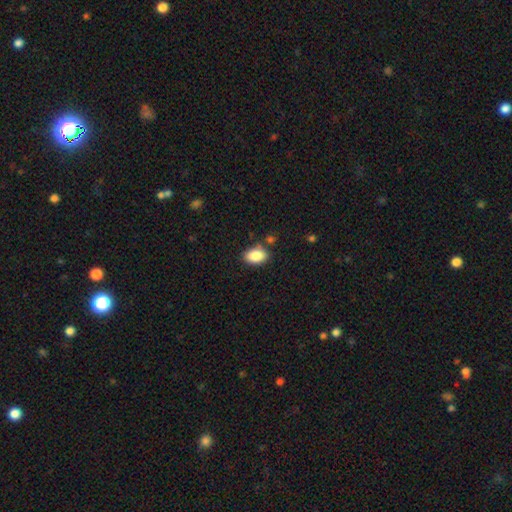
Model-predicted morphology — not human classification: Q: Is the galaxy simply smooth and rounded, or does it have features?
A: smooth — 87%.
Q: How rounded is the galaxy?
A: in between — 89%.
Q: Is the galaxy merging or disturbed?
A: none — 77%.